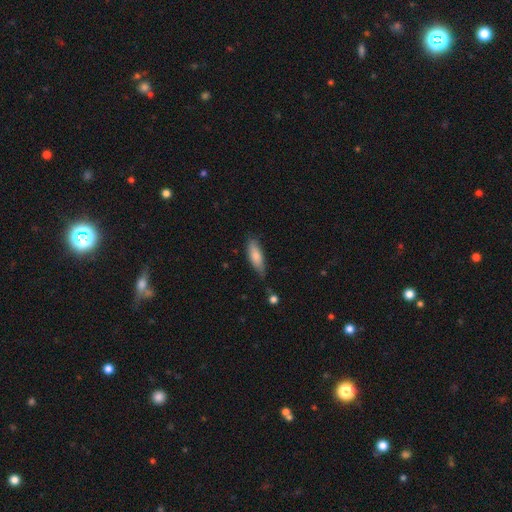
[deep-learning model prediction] smooth 80%, featured or disk 14%, star or artifact 6%. Down the decision tree: how rounded — in between (55%); merging — none (68%).